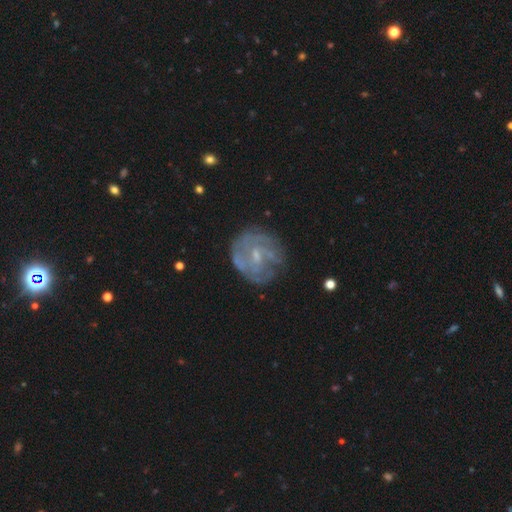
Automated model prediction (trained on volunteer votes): Morphology: type=featured or disk (72%); edge-on=no (98%); bar=weak (46%); spiral arms=yes (69%); bulge=small (57%); merging=none (68%).